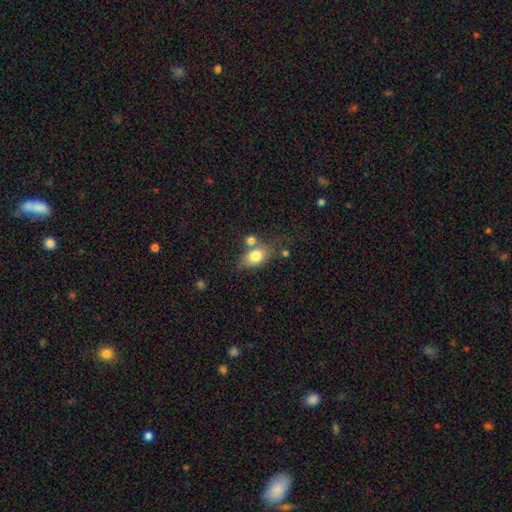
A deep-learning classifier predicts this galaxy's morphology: Smooth or featured?
  - smooth: 77% *
  - featured or disk: 14%
  - star or artifact: 9%
How rounded?
  - in between: 73% *
  - round: 24%
  - cigar-shaped: 3%
Merging?
  - none: 50% *
  - merger: 25%
  - minor disturbance: 17%
  - major disturbance: 7%